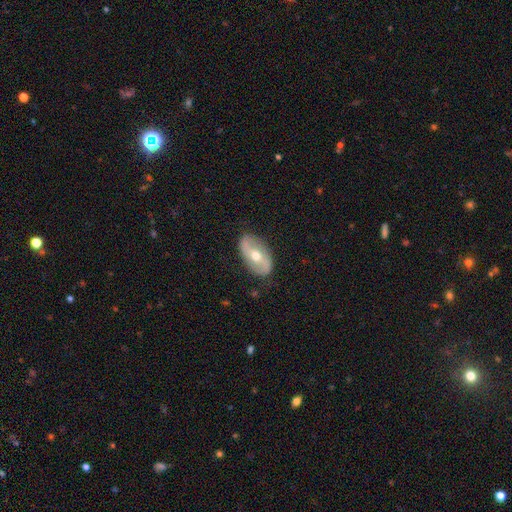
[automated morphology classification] featured or disk 66%, smooth 28%, star or artifact 6%. Down the decision tree: edge-on disk — no (92%); bar — no (35%); spiral arms — yes (71%); bulge size — moderate (67%); merging — none (83%).